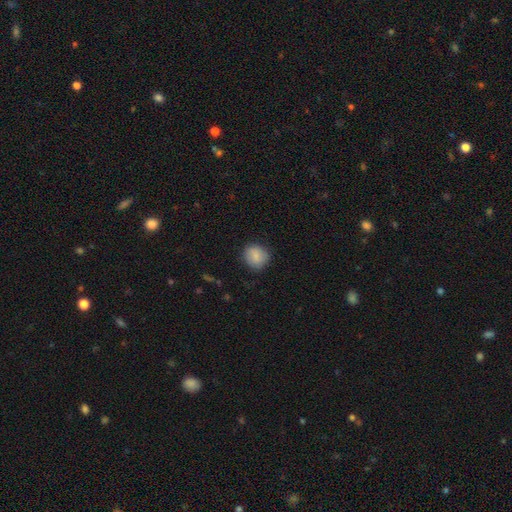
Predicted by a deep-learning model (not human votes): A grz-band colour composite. It shows a smooth galaxy with no disk features (85%) that is round (84%). Merging: none (84%).